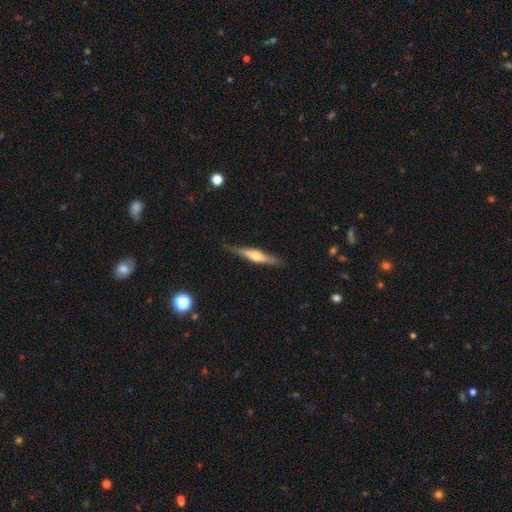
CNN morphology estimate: Q: Smooth or featured?
A: featured or disk (65%); runner-up: smooth (29%)
Q: Edge-on disk?
A: yes (96%); runner-up: no (4%)
Q: Edge-on bulge?
A: rounded (90%); runner-up: boxy (5%)
Q: Merging?
A: none (83%); runner-up: minor disturbance (13%)